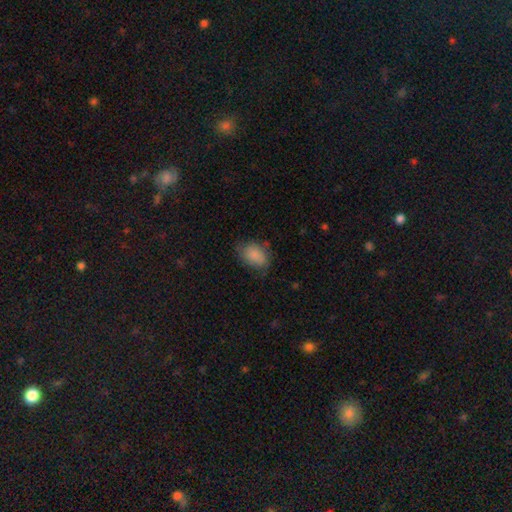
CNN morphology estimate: This is clearly a smooth galaxy (86%). How rounded: likely in between (79%). Merging: likely none (70%).